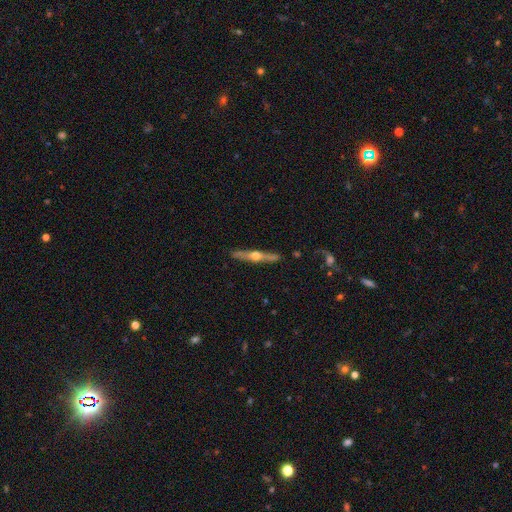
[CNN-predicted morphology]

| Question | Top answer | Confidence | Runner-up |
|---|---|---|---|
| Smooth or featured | featured or disk | 73% | smooth (21%) |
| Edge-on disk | yes | 97% | no (3%) |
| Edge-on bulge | rounded | 95% | none (3%) |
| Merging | none | 88% | minor disturbance (8%) |